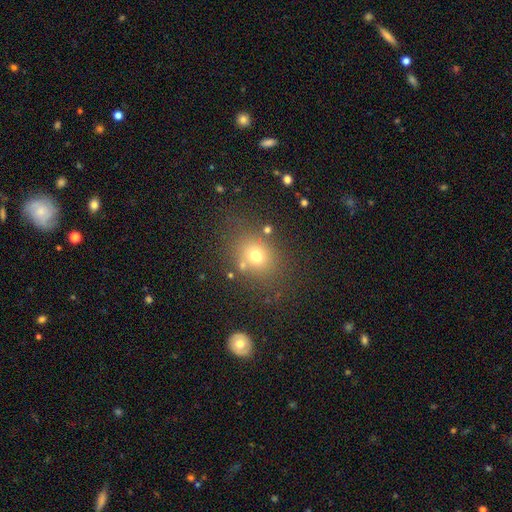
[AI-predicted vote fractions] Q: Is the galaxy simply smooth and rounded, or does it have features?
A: smooth — 69%.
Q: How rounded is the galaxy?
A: round — 53%.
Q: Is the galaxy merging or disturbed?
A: none — 71%.